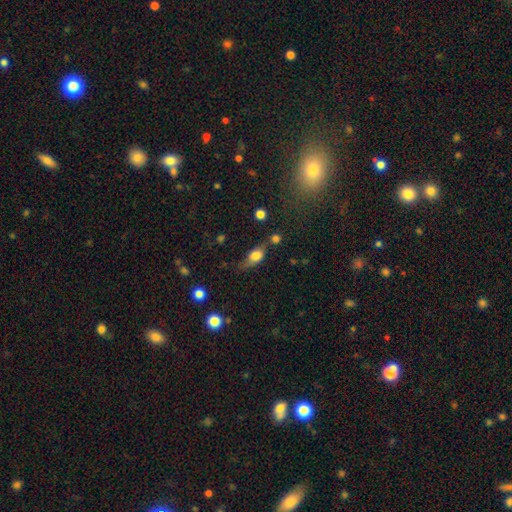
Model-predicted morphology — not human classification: Smooth or featured? Predicted: smooth (p=0.68). How rounded? Predicted: in between (p=0.73). Merging? Predicted: none (p=0.46).